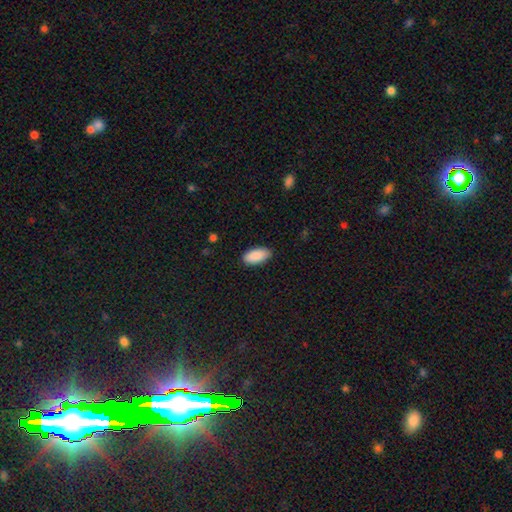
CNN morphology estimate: smooth 90%, star or artifact 6%, featured or disk 4%. Down the decision tree: how rounded — in between (92%); merging — none (87%).